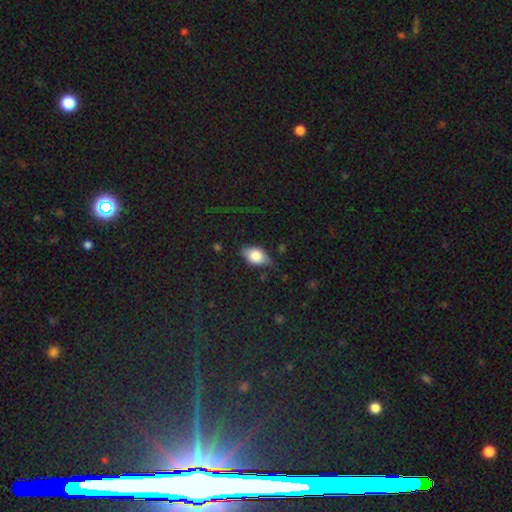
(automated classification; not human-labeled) smooth-or-featured: smooth: 72% | featured or disk: 20% | star or artifact: 8%
  how-rounded: in between: 85% | round: 12% | cigar-shaped: 3%
  merging: none: 65% | minor disturbance: 26% | major disturbance: 7% | merger: 2%